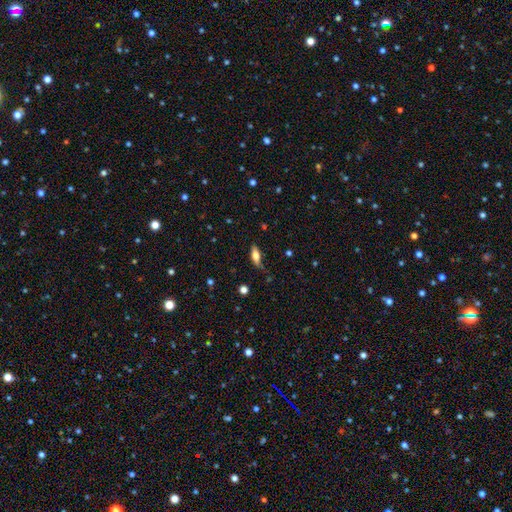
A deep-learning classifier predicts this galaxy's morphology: This is likely a smooth galaxy (67%). How rounded: likely in between (71%). Merging: likely none (63%).